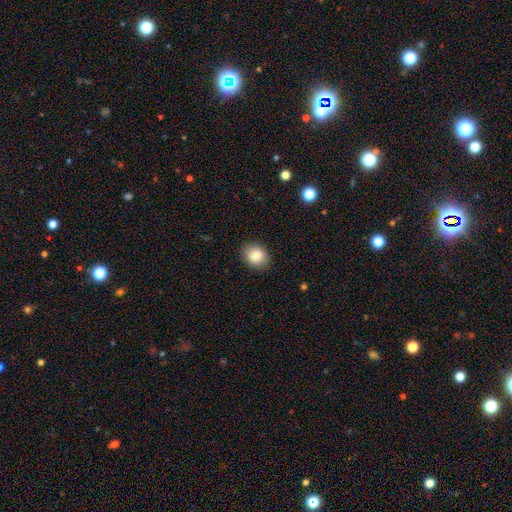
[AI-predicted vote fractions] smooth_or_featured: smooth (p=0.86) [alt: star or artifact p=0.08]
how_rounded: round (p=0.56) [alt: in between p=0.43]
merging: none (p=0.88) [alt: minor disturbance p=0.09]